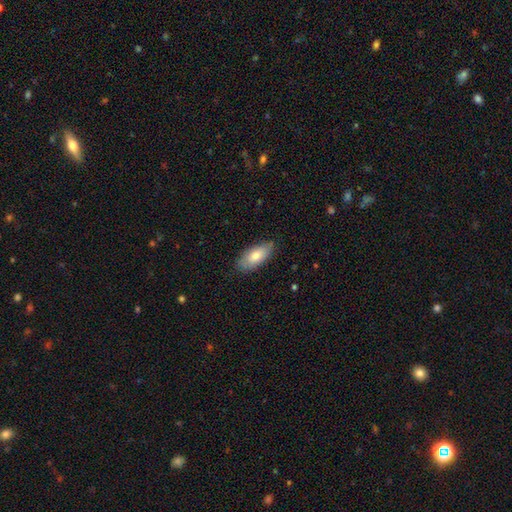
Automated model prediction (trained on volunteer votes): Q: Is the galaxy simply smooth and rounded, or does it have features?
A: smooth — 76%.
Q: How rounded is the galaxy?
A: in between — 85%.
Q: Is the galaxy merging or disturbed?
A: none — 82%.